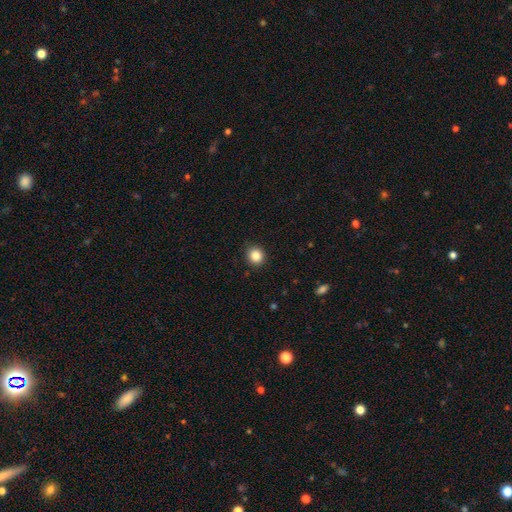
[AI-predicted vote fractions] A smooth galaxy with no disk features (86%) that is round (86%).

Vote fractions:
- Smooth or featured? smooth: 86% / star or artifact: 10% / featured or disk: 4%
- How rounded? round: 86% / in between: 13% / cigar-shaped: 1%
- Merging? none: 90% / minor disturbance: 7% / major disturbance: 2% / merger: 1%